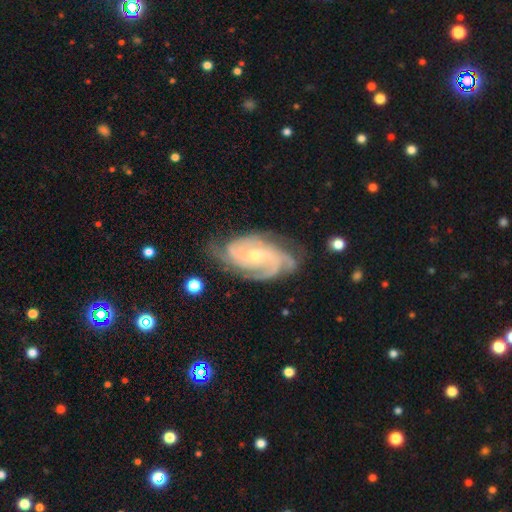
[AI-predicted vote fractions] smooth_or_featured: featured or disk (p=0.92) [alt: star or artifact p=0.05]
disk_edge_on: no (p=0.97) [alt: yes p=0.03]
bar: no (p=0.51) [alt: weak p=0.36]
has_spiral_arms: yes (p=0.98) [alt: no p=0.02]
spiral_winding: tight (p=0.59) [alt: medium p=0.35]
spiral_arm_count: 3 (p=0.43) [alt: 4 p=0.19]
bulge_size: small (p=0.56) [alt: moderate p=0.41]
merging: none (p=0.70) [alt: minor disturbance p=0.21]